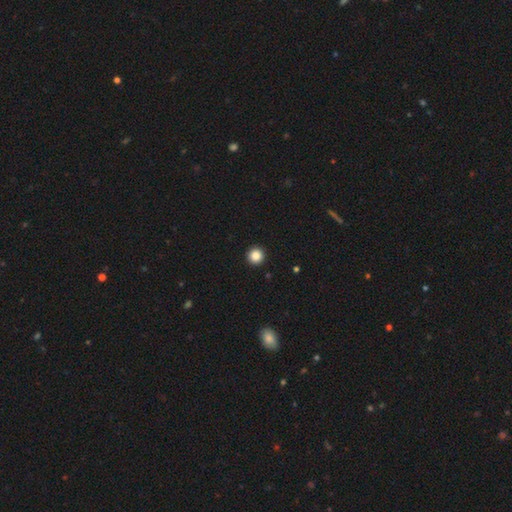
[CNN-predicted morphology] The model was most divided on "smooth or featured": smooth: 86%, star or artifact: 10%, featured or disk: 3%. More confident: how rounded — round (96%); merging — none (94%).